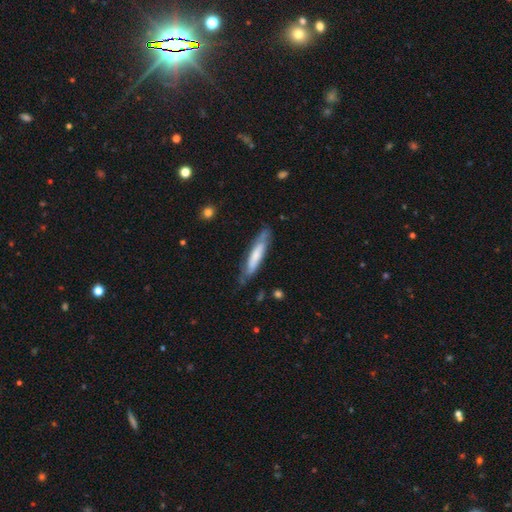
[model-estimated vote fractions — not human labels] Smooth or featured?
  - smooth: 60% *
  - featured or disk: 35%
  - star or artifact: 6%
How rounded?
  - cigar-shaped: 84% *
  - in between: 14%
  - round: 1%
Merging?
  - none: 70% *
  - minor disturbance: 22%
  - major disturbance: 6%
  - merger: 2%